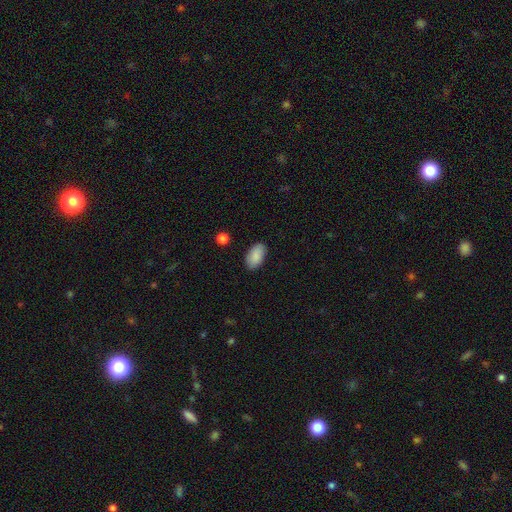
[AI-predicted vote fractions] Morphology: type=smooth (88%); roundness=in between (94%); merging=none (85%).